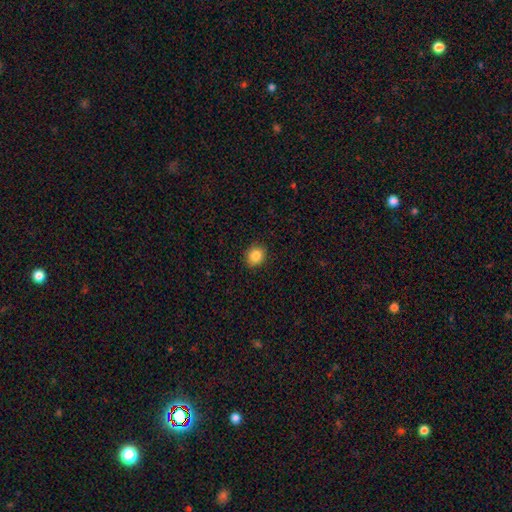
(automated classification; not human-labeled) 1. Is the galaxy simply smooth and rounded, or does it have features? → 86% smooth, 9% star or artifact, 5% featured or disk.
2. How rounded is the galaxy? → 65% round, 34% in between, 1% cigar-shaped.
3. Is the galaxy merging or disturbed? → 89% none, 8% minor disturbance, 2% major disturbance, 1% merger.